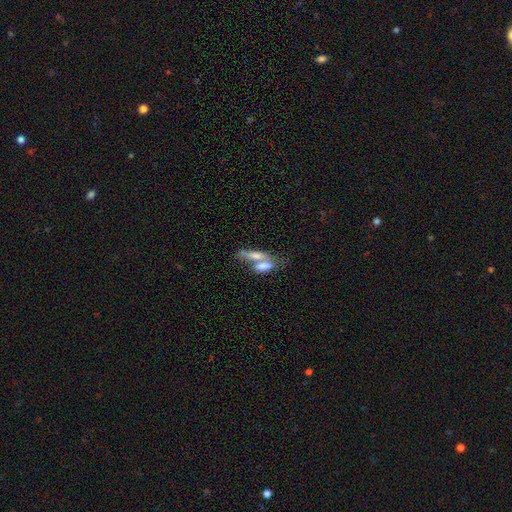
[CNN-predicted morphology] Smooth or featured? smooth (63%)
How rounded? in between (57%)
Merging? merger (64%)